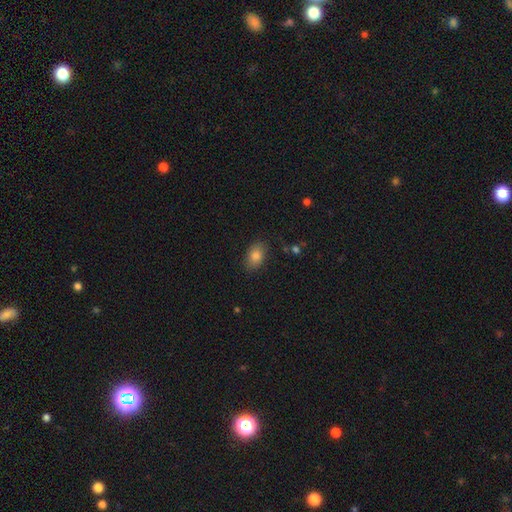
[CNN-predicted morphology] Smooth or featured: smooth — 82% (star or artifact — 9%)
How rounded: in between — 84% (round — 15%)
Merging: none — 83% (minor disturbance — 13%)